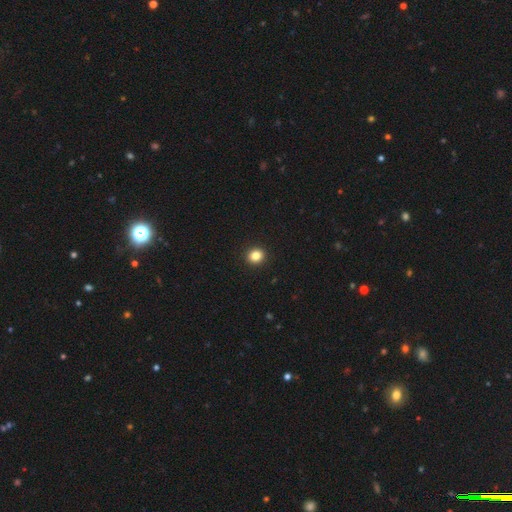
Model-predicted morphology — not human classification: This is clearly a smooth galaxy (84%). How rounded: clearly round (83%). Merging: clearly none (93%).